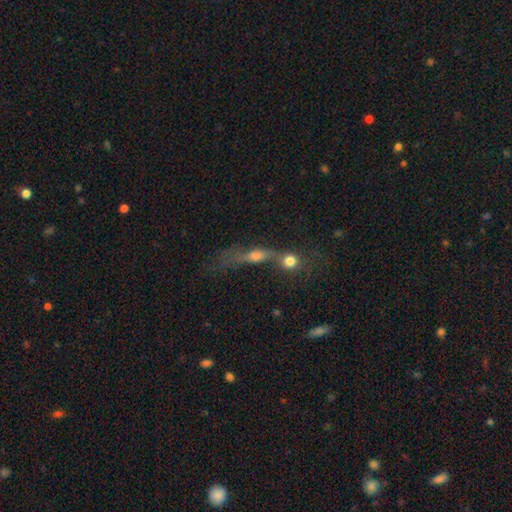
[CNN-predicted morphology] smooth 51%, featured or disk 32%, star or artifact 16%. Down the decision tree: how rounded — in between (37%); merging — merger (55%).